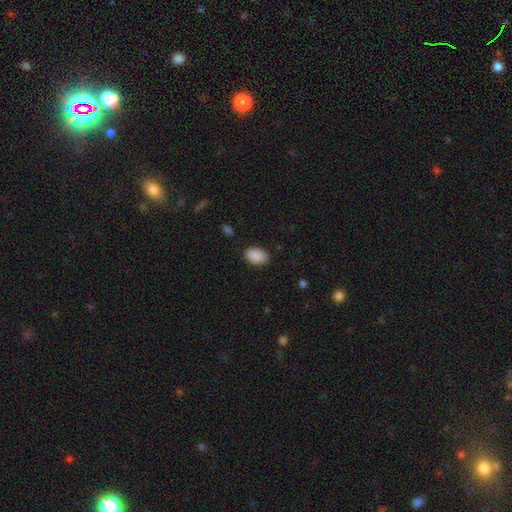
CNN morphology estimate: Q: Smooth or featured?
A: smooth (90%); runner-up: star or artifact (7%)
Q: How rounded?
A: in between (89%); runner-up: round (10%)
Q: Merging?
A: none (84%); runner-up: minor disturbance (12%)